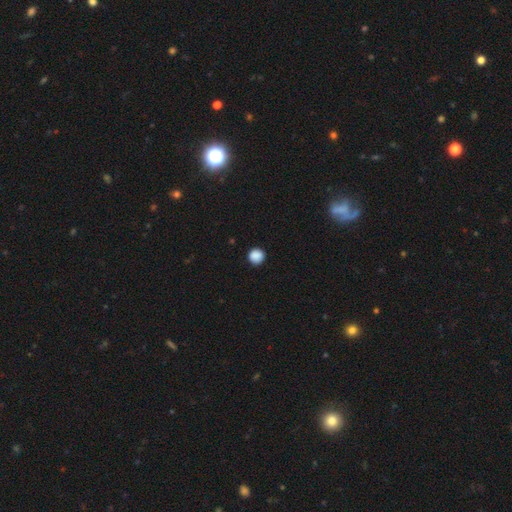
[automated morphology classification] Smooth or featured: smooth — 88% (star or artifact — 9%)
How rounded: round — 94% (in between — 5%)
Merging: none — 91% (minor disturbance — 7%)